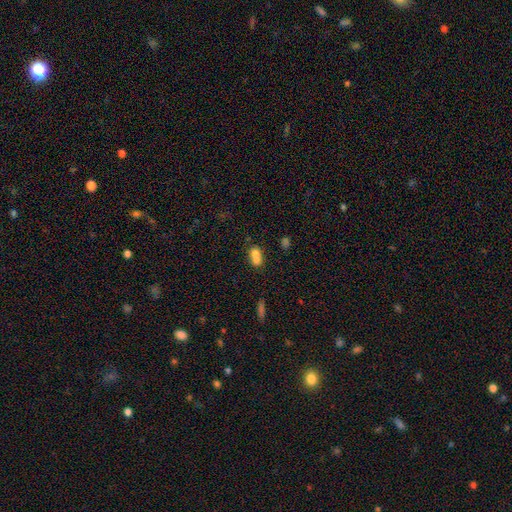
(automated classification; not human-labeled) smooth_or_featured: smooth (p=0.70) [alt: featured or disk p=0.19]
how_rounded: in between (p=0.58) [alt: round p=0.38]
merging: merger (p=0.65) [alt: none p=0.23]